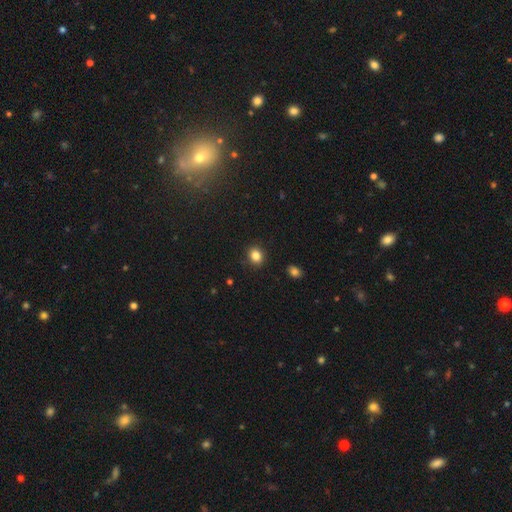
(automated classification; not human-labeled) Morphology: type=smooth (84%); roundness=round (68%); merging=none (89%).